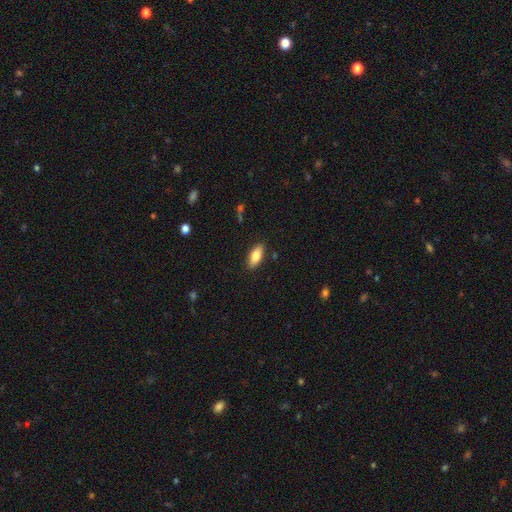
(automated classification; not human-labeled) This appears to be a smooth galaxy with no disk features (80%) that is in between round and cigar-shaped (84%). Merging: none (88%).